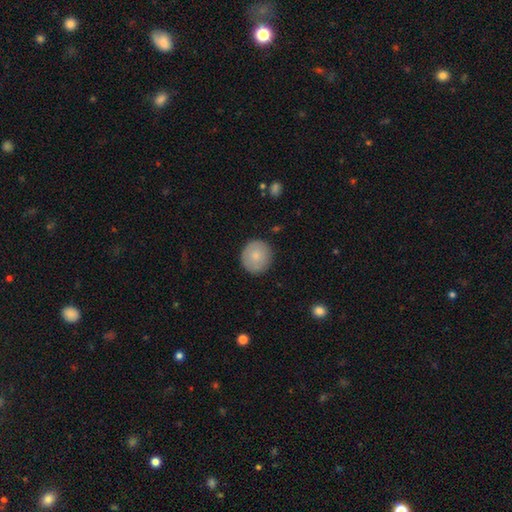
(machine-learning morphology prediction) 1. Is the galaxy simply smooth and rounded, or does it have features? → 79% smooth, 14% featured or disk, 6% star or artifact.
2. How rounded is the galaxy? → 92% round, 7% in between, 1% cigar-shaped.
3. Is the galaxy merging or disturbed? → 88% none, 9% minor disturbance, 2% major disturbance, 1% merger.